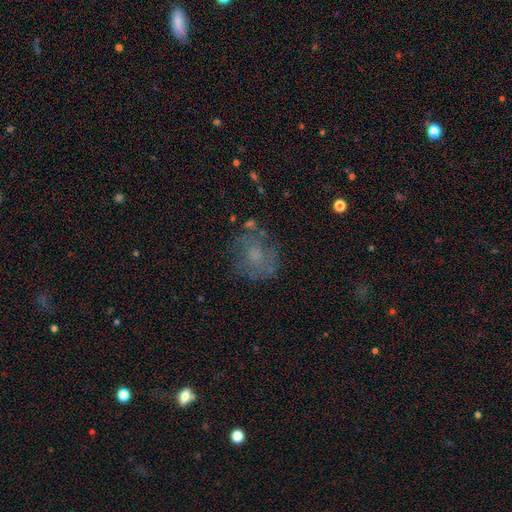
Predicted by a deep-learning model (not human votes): smooth 44%, featured or disk 40%, star or artifact 16%. Down the decision tree: merging — none (64%).